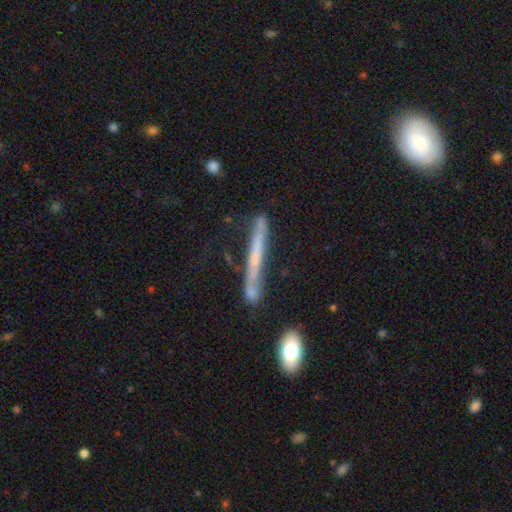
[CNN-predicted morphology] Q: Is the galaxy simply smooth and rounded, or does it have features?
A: featured or disk — 53%.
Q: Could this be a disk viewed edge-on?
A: yes — 90%.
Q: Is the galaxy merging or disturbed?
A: none — 67%.